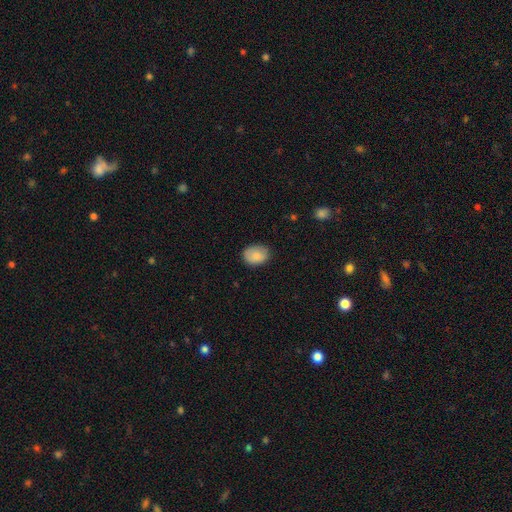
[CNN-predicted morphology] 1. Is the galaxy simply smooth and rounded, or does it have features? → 85% smooth, 8% featured or disk, 7% star or artifact.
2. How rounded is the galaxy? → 68% in between, 31% round, 1% cigar-shaped.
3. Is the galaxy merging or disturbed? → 79% none, 17% minor disturbance, 3% major disturbance, 1% merger.